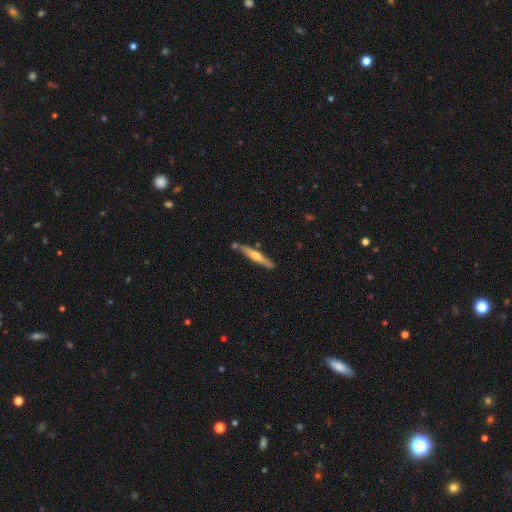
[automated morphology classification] Smooth or featured: featured or disk — 54% (smooth — 40%)
Edge-on disk: yes — 95% (no — 5%)
Edge-on bulge: rounded — 82% (none — 14%)
Merging: none — 82% (minor disturbance — 11%)